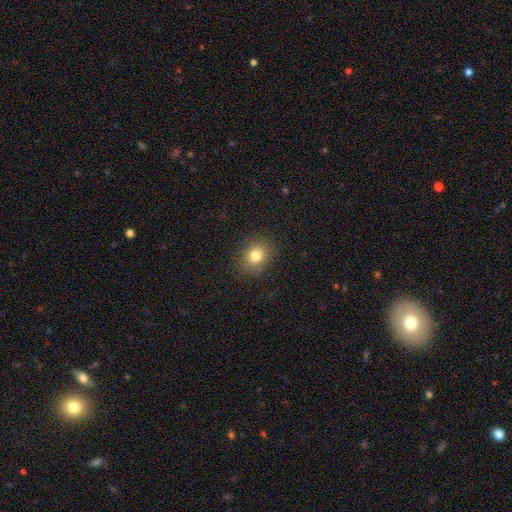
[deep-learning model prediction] Smooth or featured: smooth — 80% (star or artifact — 12%)
How rounded: round — 50% (in between — 49%)
Merging: none — 85% (minor disturbance — 11%)